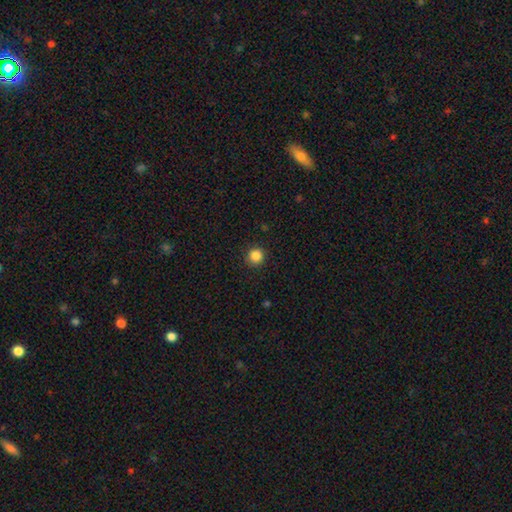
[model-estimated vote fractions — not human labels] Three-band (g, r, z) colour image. It shows a smooth galaxy with no disk features (86%) that is round (94%). Merging: none (92%).